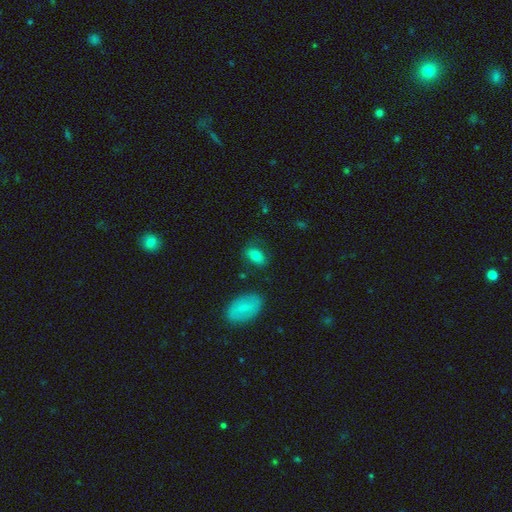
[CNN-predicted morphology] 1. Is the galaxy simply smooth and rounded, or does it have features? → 76% smooth, 15% featured or disk, 9% star or artifact.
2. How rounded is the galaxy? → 84% in between, 13% round, 2% cigar-shaped.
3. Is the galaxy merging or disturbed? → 72% none, 18% minor disturbance, 6% major disturbance, 4% merger.